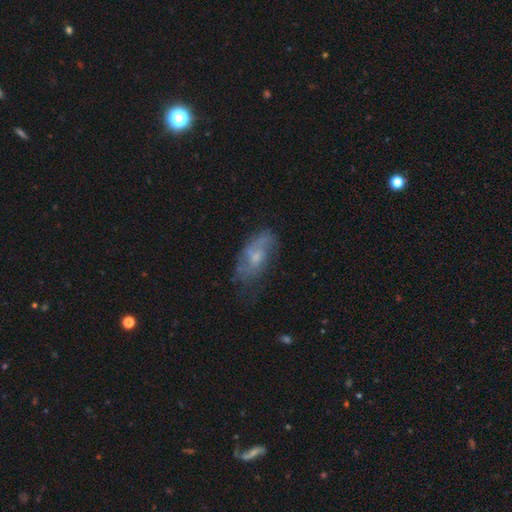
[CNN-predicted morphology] This appears to be a featured or disk galaxy (53%). Merging: none (54%).